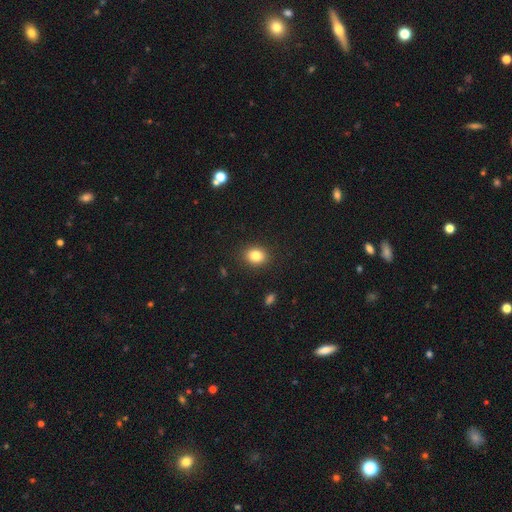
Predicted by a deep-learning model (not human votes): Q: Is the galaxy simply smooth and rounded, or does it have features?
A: smooth — 83%.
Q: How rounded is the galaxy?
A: round — 52%.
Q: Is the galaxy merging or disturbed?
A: none — 89%.